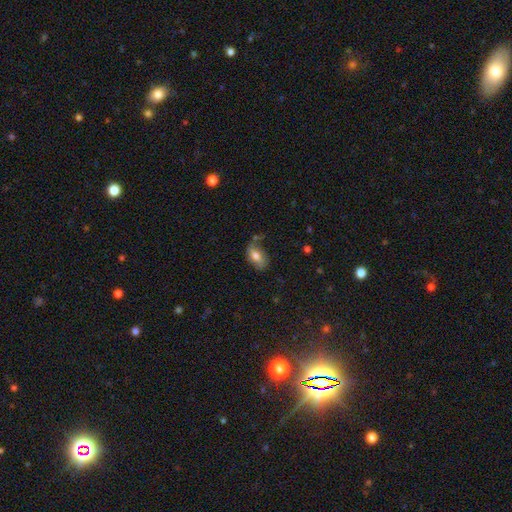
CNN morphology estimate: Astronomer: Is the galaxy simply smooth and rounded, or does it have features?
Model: smooth — 67%.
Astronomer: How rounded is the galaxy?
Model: in between — 88%.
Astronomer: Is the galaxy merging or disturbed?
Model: none — 62%.